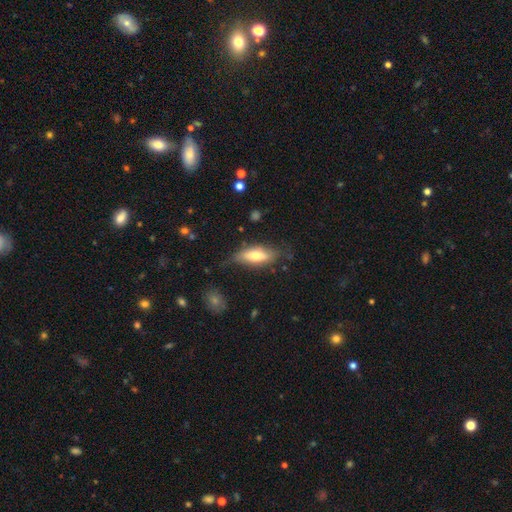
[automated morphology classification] Smooth or featured?
  - smooth: 60% *
  - featured or disk: 33%
  - star or artifact: 7%
How rounded?
  - in between: 67% *
  - cigar-shaped: 31%
  - round: 2%
Merging?
  - none: 62% *
  - minor disturbance: 26%
  - major disturbance: 8%
  - merger: 3%